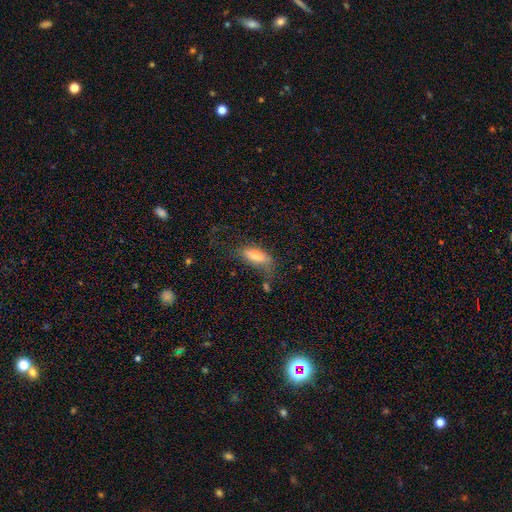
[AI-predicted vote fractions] Smooth or featured: smooth — 67% (featured or disk — 25%)
How rounded: in between — 69% (cigar-shaped — 28%)
Merging: none — 47% (minor disturbance — 28%)